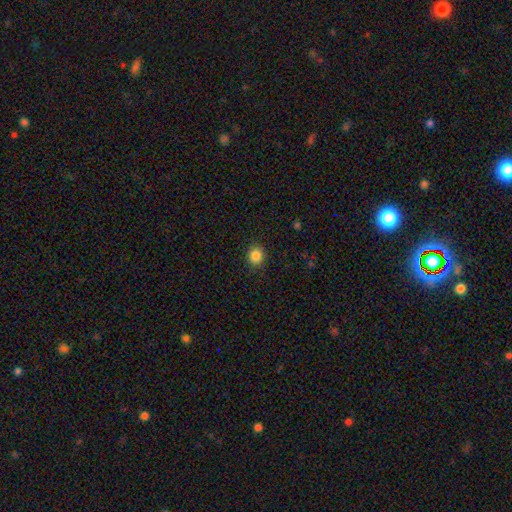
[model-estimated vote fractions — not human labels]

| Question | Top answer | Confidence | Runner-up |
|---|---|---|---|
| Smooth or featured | smooth | 86% | star or artifact (10%) |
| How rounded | round | 76% | in between (23%) |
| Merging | none | 89% | minor disturbance (7%) |